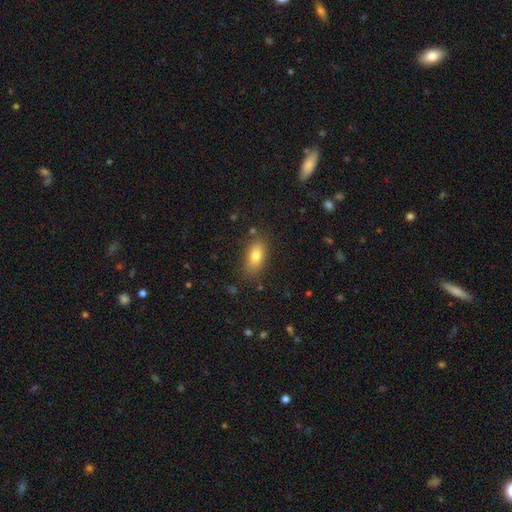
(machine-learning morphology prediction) Smooth or featured? smooth (79%)
How rounded? in between (84%)
Merging? none (82%)